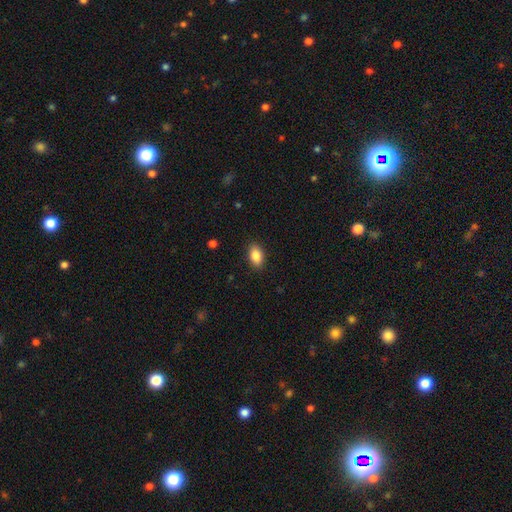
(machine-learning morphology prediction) Smooth or featured? smooth (86%)
How rounded? in between (89%)
Merging? none (88%)